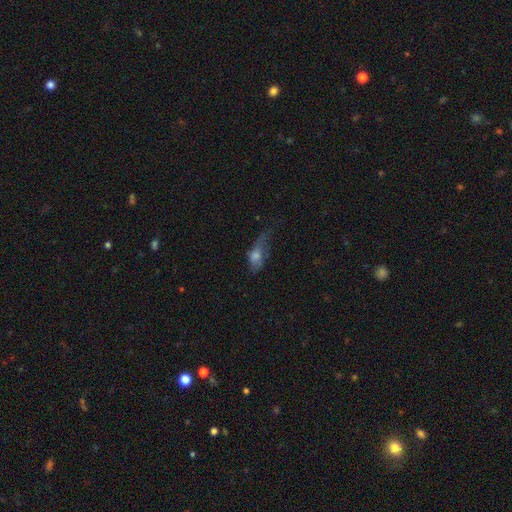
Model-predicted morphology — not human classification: smooth_or_featured: smooth (p=0.55) [alt: featured or disk p=0.31]
how_rounded: in between (p=0.69) [alt: cigar-shaped p=0.22]
merging: major disturbance (p=0.38) [alt: none p=0.30]